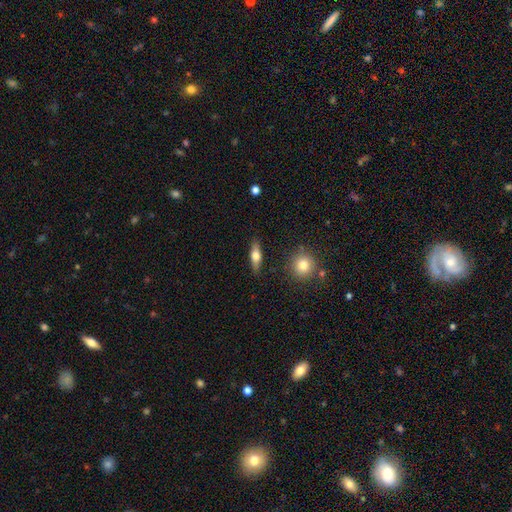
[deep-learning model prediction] Q: Smooth or featured?
A: smooth (60%); runner-up: featured or disk (34%)
Q: How rounded?
A: in between (53%); runner-up: cigar-shaped (42%)
Q: Merging?
A: none (87%); runner-up: minor disturbance (9%)